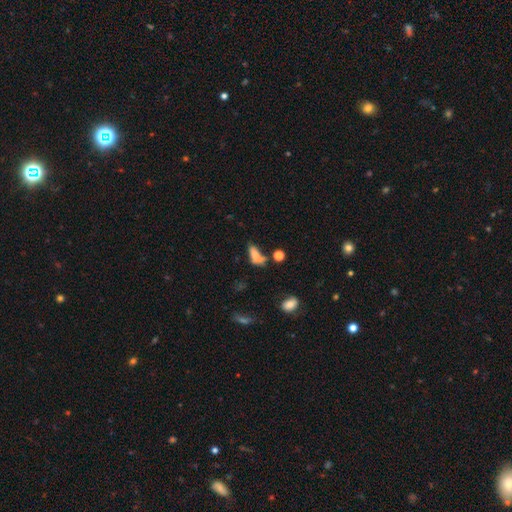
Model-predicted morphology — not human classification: This is likely a smooth galaxy (70%). How rounded: likely in between (76%). Merging: marginally none (28%, tied with merger).